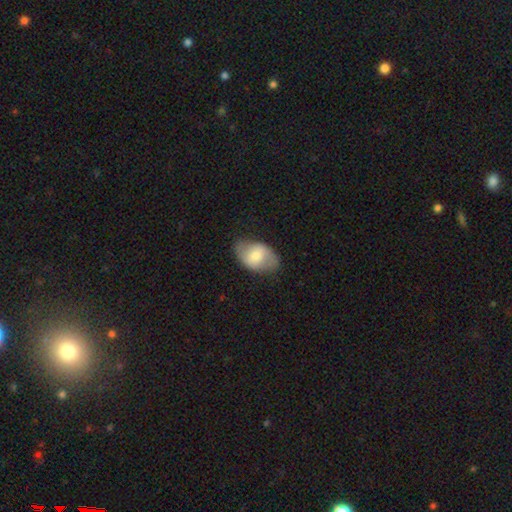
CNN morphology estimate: Smooth or featured? Predicted: smooth (p=0.56). How rounded? Predicted: in between (p=0.88). Merging? Predicted: none (p=0.72).